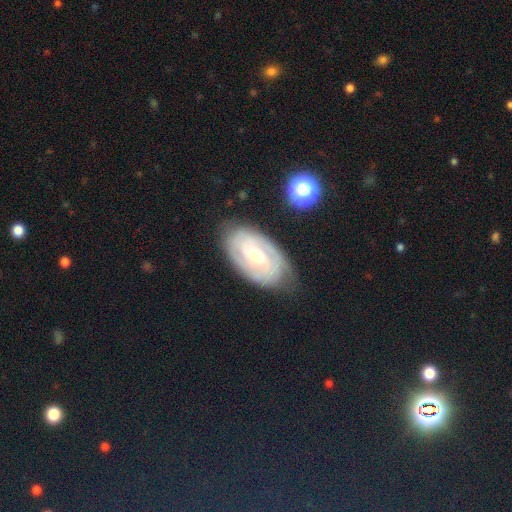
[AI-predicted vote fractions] A featured or disk galaxy (82%) with no bar (48%), 2 (53%) tight (66%) spiral arms (94%) and a moderate central bulge (54%). Merging: none (75%).